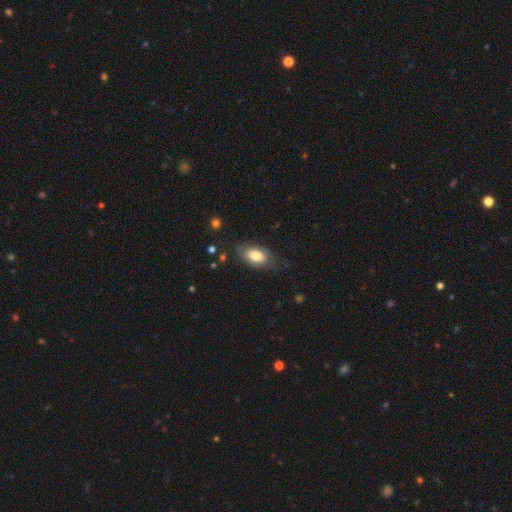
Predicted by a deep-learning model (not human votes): Morphology: type=smooth (75%); roundness=in between (92%); merging=none (66%).